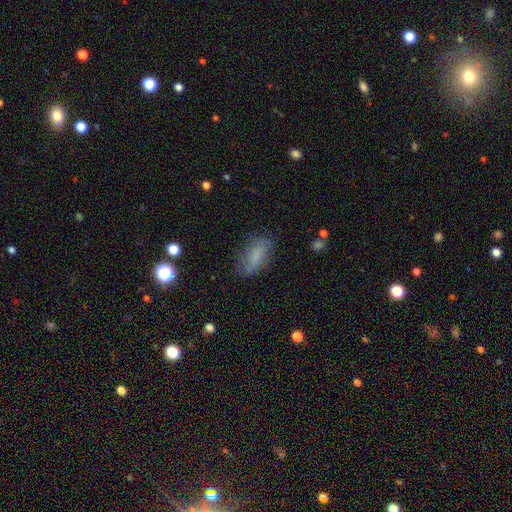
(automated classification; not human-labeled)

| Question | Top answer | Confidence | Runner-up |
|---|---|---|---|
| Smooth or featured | smooth | 75% | featured or disk (16%) |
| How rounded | in between | 77% | cigar-shaped (19%) |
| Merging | none | 70% | minor disturbance (20%) |